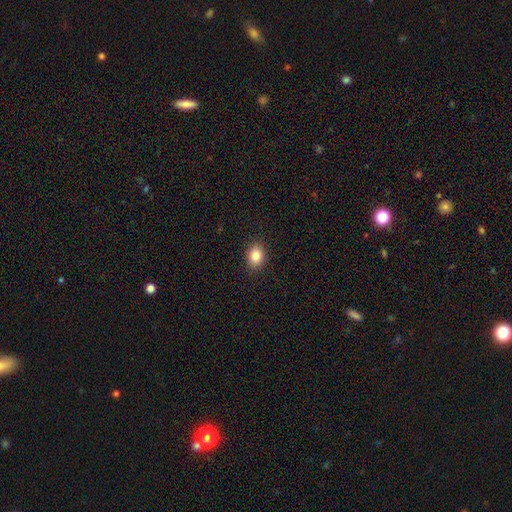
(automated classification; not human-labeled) Smooth or featured? smooth (85%)
How rounded? in between (61%)
Merging? none (89%)